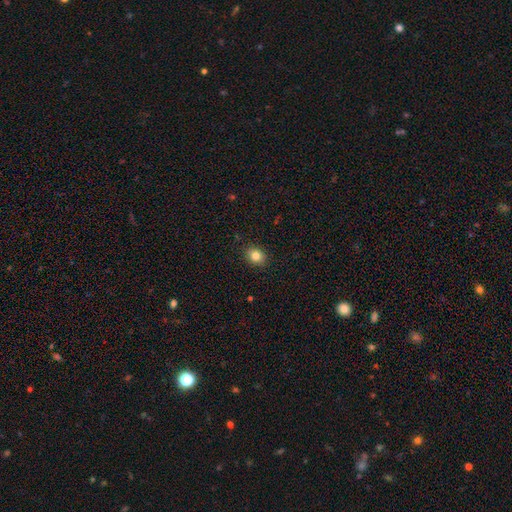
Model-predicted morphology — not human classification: Smooth or featured? Predicted: smooth (p=0.83). How rounded? Predicted: round (p=0.58). Merging? Predicted: none (p=0.90).